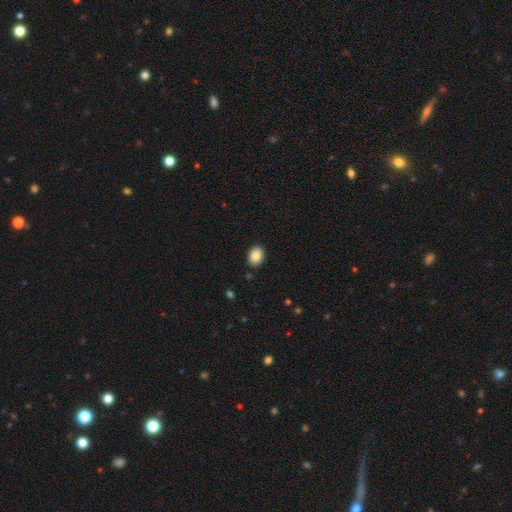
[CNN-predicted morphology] Smooth or featured?
  - smooth: 86% *
  - star or artifact: 8%
  - featured or disk: 6%
How rounded?
  - in between: 75% *
  - round: 24%
  - cigar-shaped: 1%
Merging?
  - none: 90% *
  - minor disturbance: 7%
  - major disturbance: 2%
  - merger: 1%